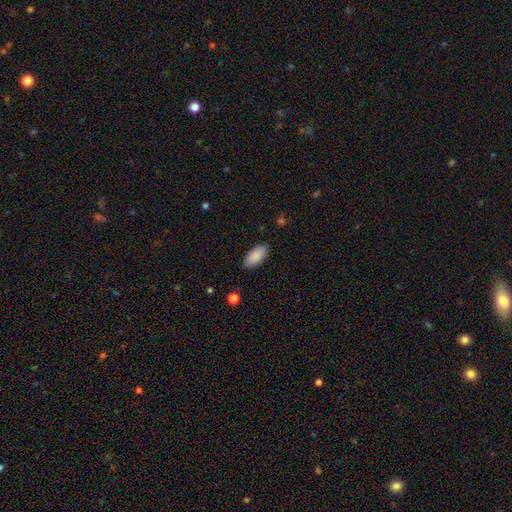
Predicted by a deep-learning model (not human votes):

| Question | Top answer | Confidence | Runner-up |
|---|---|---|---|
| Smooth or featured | smooth | 90% | star or artifact (6%) |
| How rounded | in between | 92% | cigar-shaped (6%) |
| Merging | none | 86% | minor disturbance (11%) |